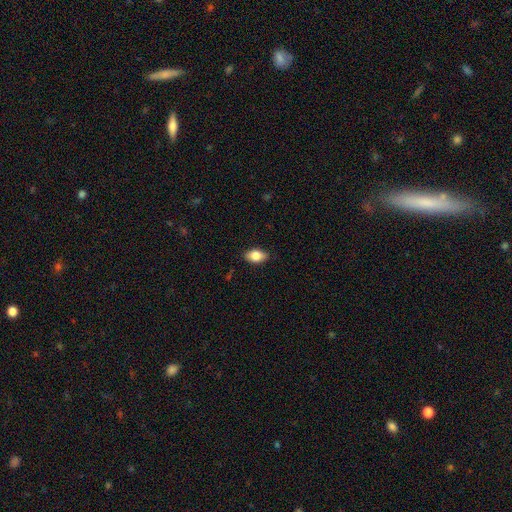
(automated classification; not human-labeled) smooth_or_featured: smooth (p=0.83) [alt: featured or disk p=0.10]
how_rounded: in between (p=0.90) [alt: round p=0.08]
merging: none (p=0.87) [alt: minor disturbance p=0.10]